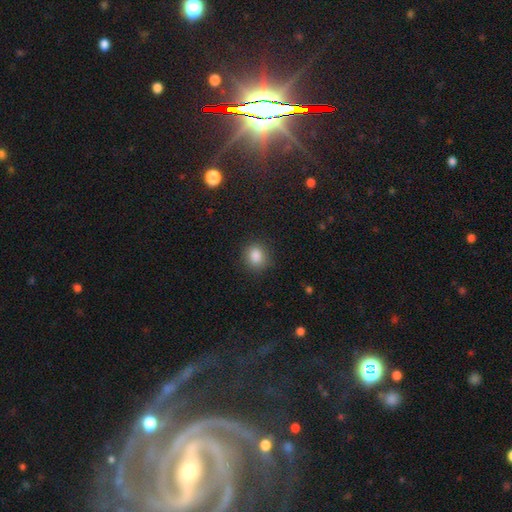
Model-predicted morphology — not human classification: type=smooth (85%); roundness=round (70%); merging=none (85%).